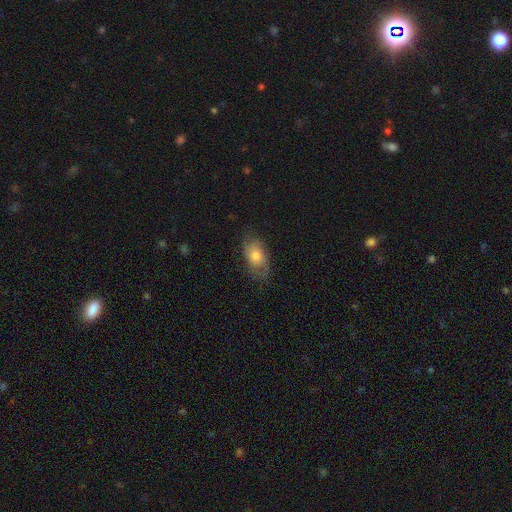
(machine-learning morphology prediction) smooth 69%, featured or disk 24%, star or artifact 7%. Down the decision tree: how rounded — in between (88%); merging — none (67%).